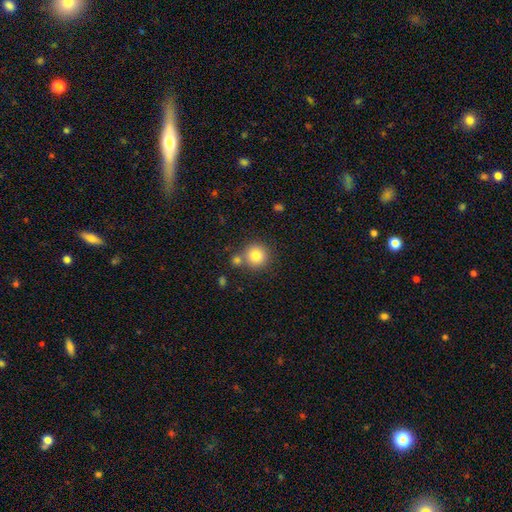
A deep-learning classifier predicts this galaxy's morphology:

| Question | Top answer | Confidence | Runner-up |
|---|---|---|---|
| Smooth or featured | smooth | 81% | star or artifact (11%) |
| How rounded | round | 94% | in between (6%) |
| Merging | none | 71% | merger (17%) |